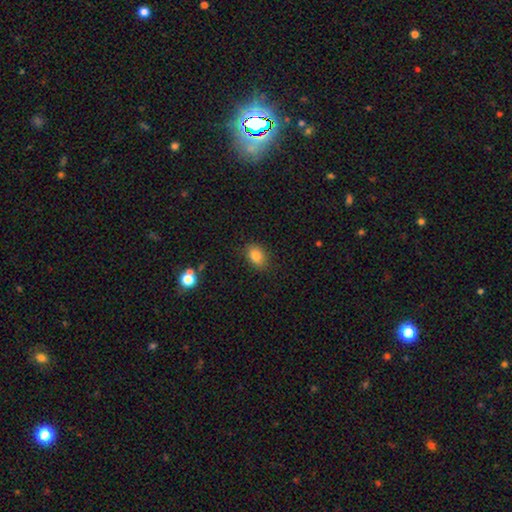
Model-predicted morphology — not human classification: The model was most divided on "how rounded": in between: 80%, round: 19%, cigar-shaped: 1%. More confident: smooth or featured — smooth (83%); merging — none (82%).